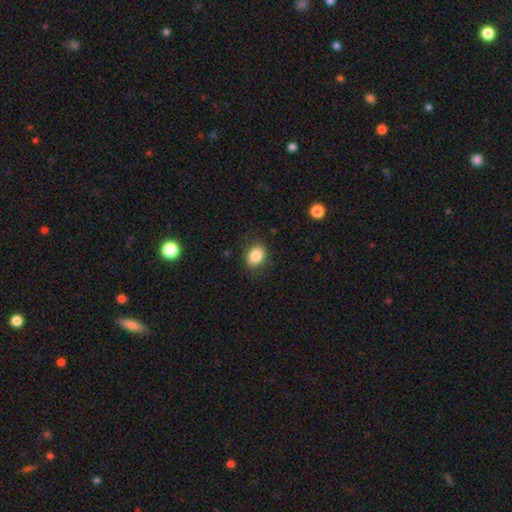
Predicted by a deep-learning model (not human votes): smooth-or-featured: smooth: 85% | star or artifact: 9% | featured or disk: 6%
  how-rounded: in between: 68% | round: 31% | cigar-shaped: 1%
  merging: none: 82% | minor disturbance: 13% | major disturbance: 4% | merger: 1%